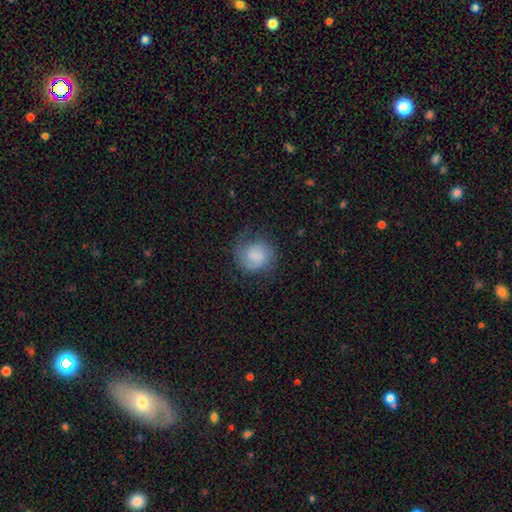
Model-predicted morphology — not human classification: A smooth galaxy with no disk features (51%) that is round (80%). Merging: none (61%).